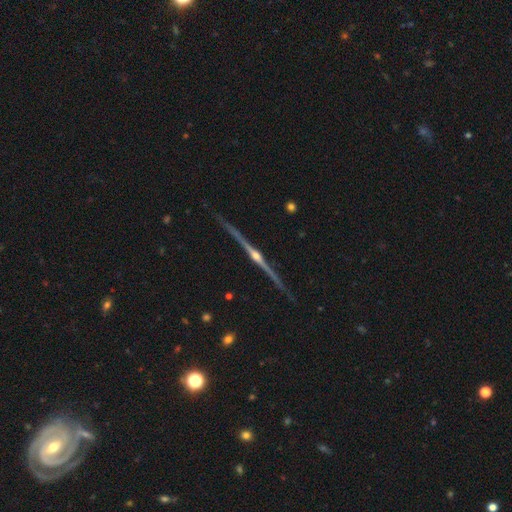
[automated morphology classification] Smooth or featured? featured or disk (90%)
Edge-on disk? yes (99%)
Edge-on bulge? rounded (95%)
Merging? none (89%)